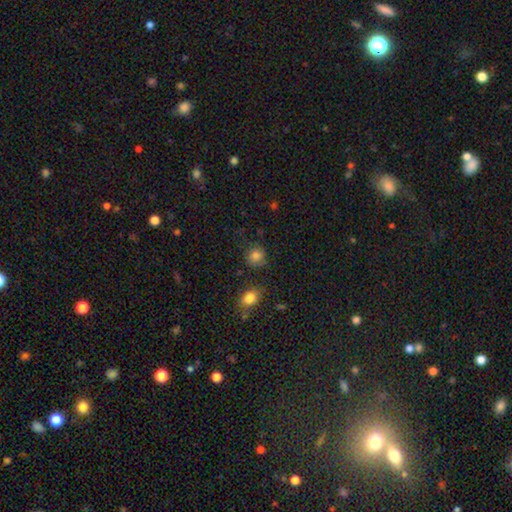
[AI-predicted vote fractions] Smooth or featured? Predicted: smooth (p=0.82). How rounded? Predicted: round (p=0.80). Merging? Predicted: none (p=0.73).